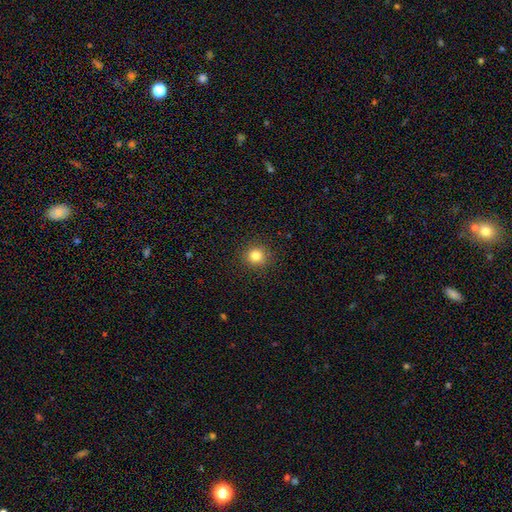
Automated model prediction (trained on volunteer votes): Smooth or featured? Predicted: smooth (p=0.82). How rounded? Predicted: round (p=0.90). Merging? Predicted: none (p=0.91).